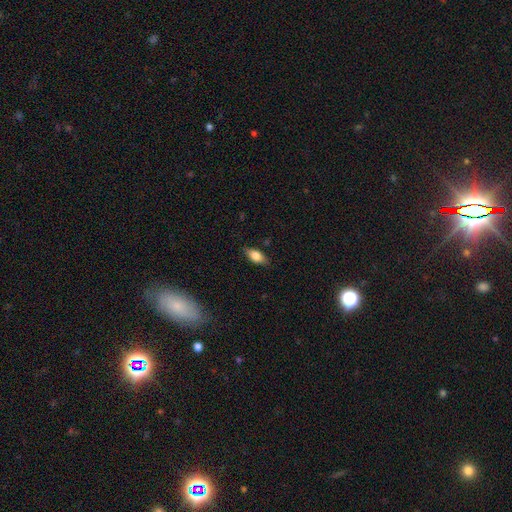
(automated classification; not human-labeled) Smooth or featured: smooth — 78% (featured or disk — 14%)
How rounded: in between — 86% (cigar-shaped — 10%)
Merging: none — 83% (minor disturbance — 13%)